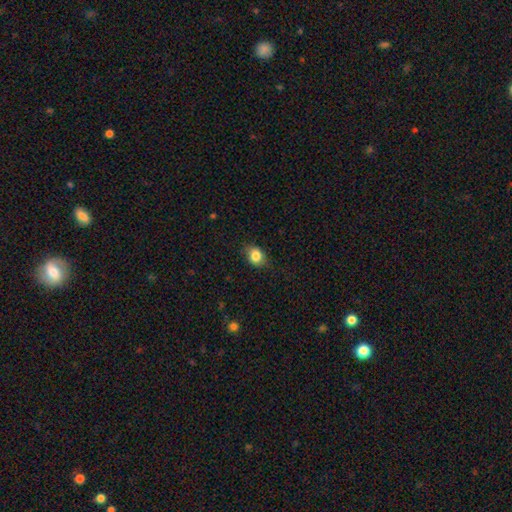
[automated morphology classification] Overall: smooth (82%). How rounded: in between (54%; round 45%). Merging: none (78%).